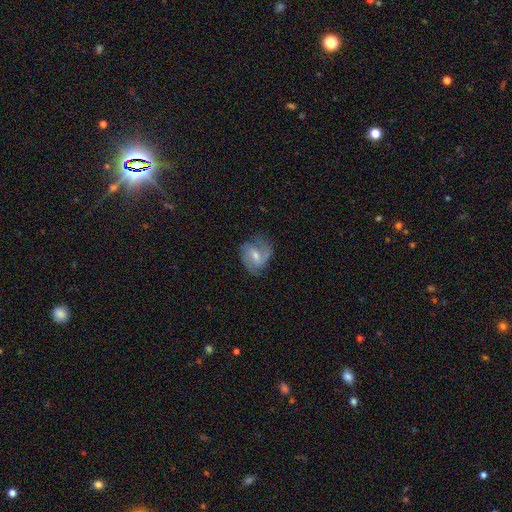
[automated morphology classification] smooth_or_featured: featured or disk (p=0.70) [alt: smooth p=0.22]
disk_edge_on: no (p=0.97) [alt: yes p=0.03]
bar: weak (p=0.50) [alt: no p=0.28]
has_spiral_arms: yes (p=0.89) [alt: no p=0.11]
spiral_winding: medium (p=0.46) [alt: tight p=0.27]
spiral_arm_count: 2 (p=0.64) [alt: can't tell p=0.16]
bulge_size: moderate (p=0.51) [alt: small p=0.42]
merging: none (p=0.66) [alt: minor disturbance p=0.22]